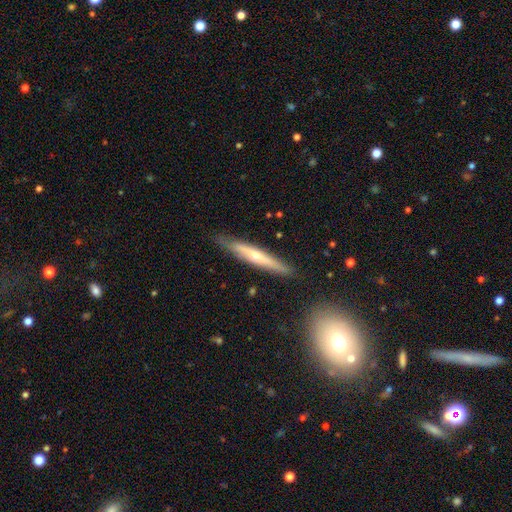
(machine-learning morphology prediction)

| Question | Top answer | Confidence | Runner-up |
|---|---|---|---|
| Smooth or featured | featured or disk | 56% | smooth (38%) |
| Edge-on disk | yes | 90% | no (10%) |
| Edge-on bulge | rounded | 65% | none (32%) |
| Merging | none | 85% | minor disturbance (12%) |